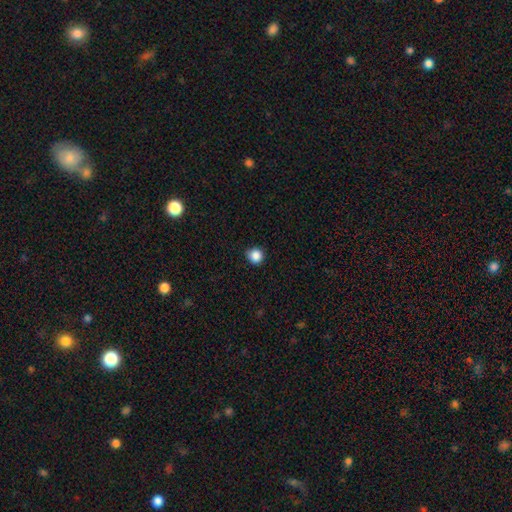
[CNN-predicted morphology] Smooth or featured: smooth — 87% (star or artifact — 10%)
How rounded: round — 92% (in between — 7%)
Merging: none — 88% (minor disturbance — 9%)